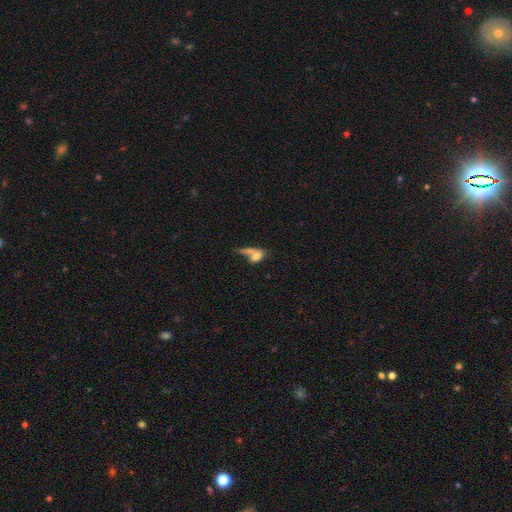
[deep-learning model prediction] A smooth galaxy with no disk features (64%) that is in between round and cigar-shaped (64%).

Vote fractions:
- Smooth or featured? smooth: 64% / featured or disk: 25% / star or artifact: 11%
- How rounded? in between: 64% / round: 20% / cigar-shaped: 16%
- Merging? merger: 42% / none: 24% / major disturbance: 21% / minor disturbance: 13%